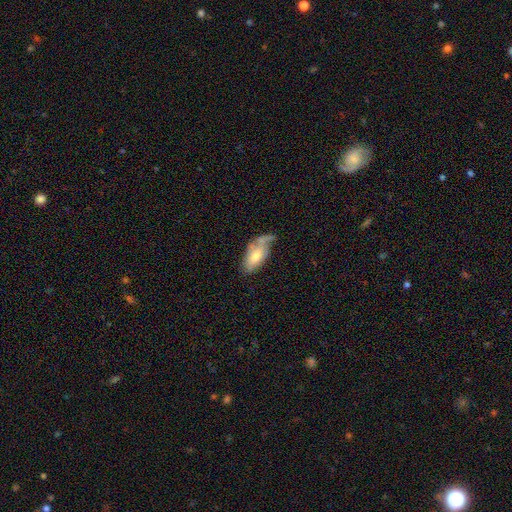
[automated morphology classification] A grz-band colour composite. It shows a smooth galaxy with no disk features (58%) that is in between round and cigar-shaped (88%). Merging: none (36%).